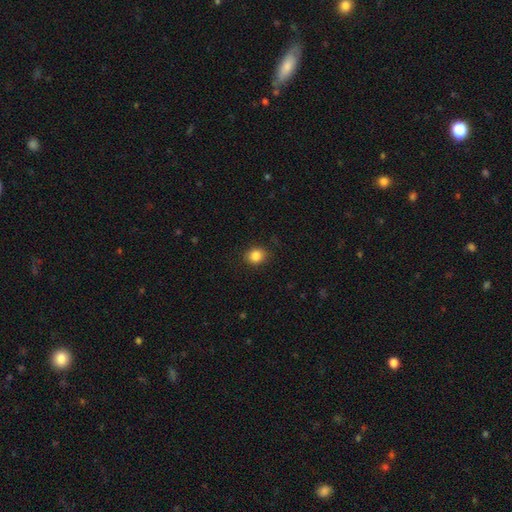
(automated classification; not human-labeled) Smooth or featured: smooth — 85% (star or artifact — 11%)
How rounded: round — 72% (in between — 27%)
Merging: none — 86% (minor disturbance — 10%)